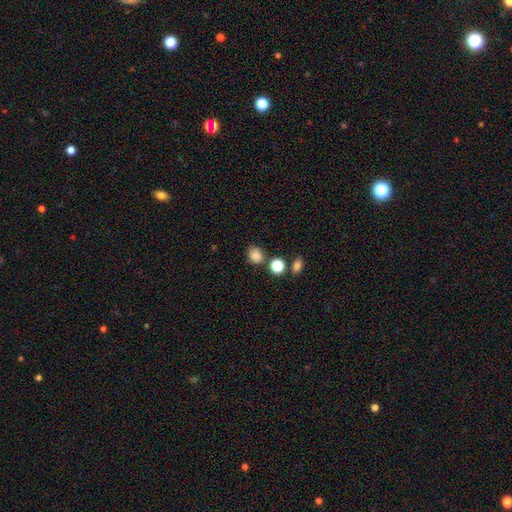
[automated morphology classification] This is clearly a smooth galaxy (84%). How rounded: likely round (67%). Merging: likely none (75%).